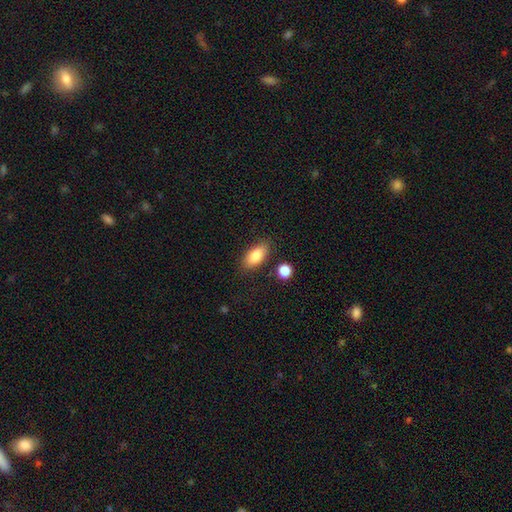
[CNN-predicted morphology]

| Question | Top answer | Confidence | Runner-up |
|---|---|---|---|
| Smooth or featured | smooth | 84% | featured or disk (9%) |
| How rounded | in between | 88% | cigar-shaped (8%) |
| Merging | none | 82% | minor disturbance (12%) |